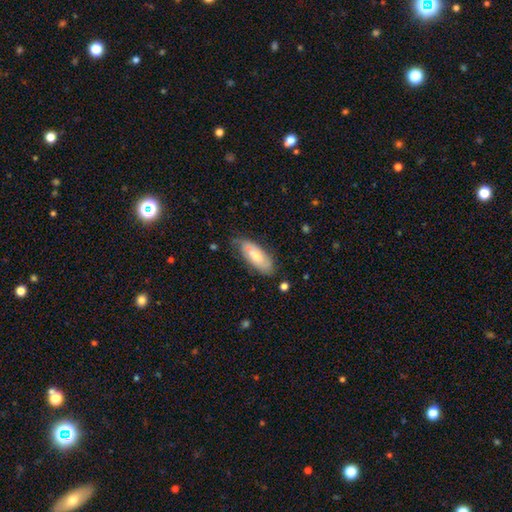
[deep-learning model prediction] Overall: smooth (61%; featured or disk 33%). How rounded: in between (79%). Merging: none (67%).